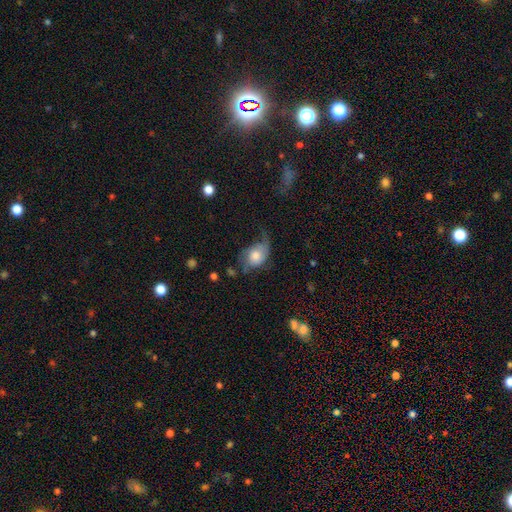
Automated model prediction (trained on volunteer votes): Smooth or featured?
  - smooth: 51% *
  - featured or disk: 41%
  - star or artifact: 8%
How rounded?
  - in between: 64% *
  - round: 34%
  - cigar-shaped: 1%
Merging?
  - major disturbance: 35% *
  - none: 32%
  - minor disturbance: 30%
  - merger: 3%